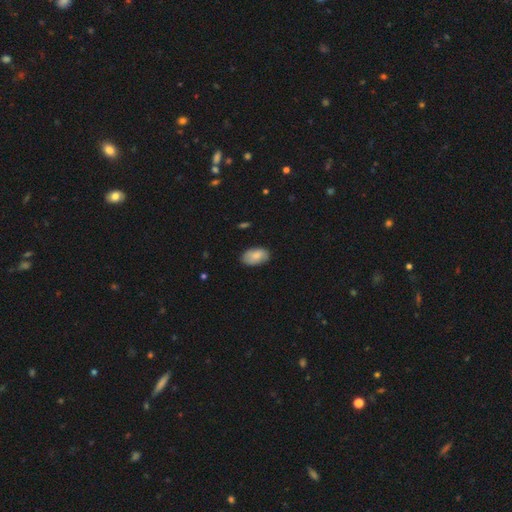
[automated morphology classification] This is clearly a smooth galaxy (83%). How rounded: clearly in between (94%). Merging: clearly none (81%).